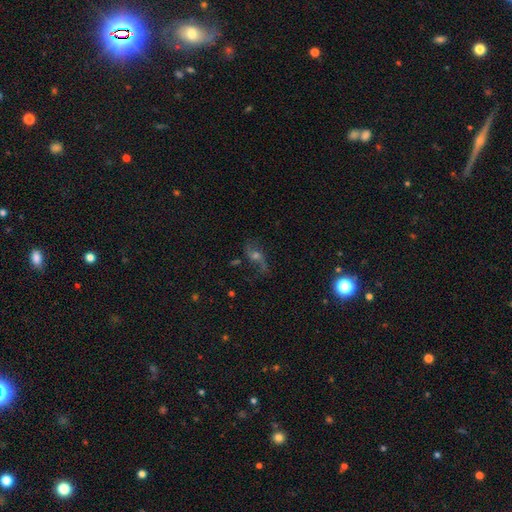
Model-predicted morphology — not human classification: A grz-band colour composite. It shows a featured or disk galaxy (70%) with no bar (57%), 2 (88%) loose (84%) spiral arms (91%) and a moderate central bulge (52%). Merging: none (69%).